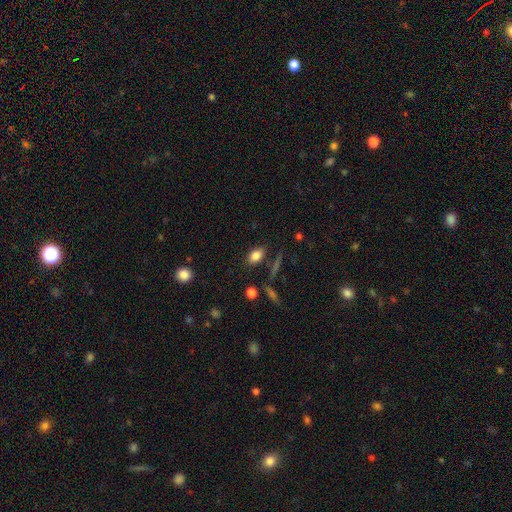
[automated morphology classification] smooth 81%, star or artifact 10%, featured or disk 9%. Down the decision tree: how rounded — in between (85%); merging — none (80%).